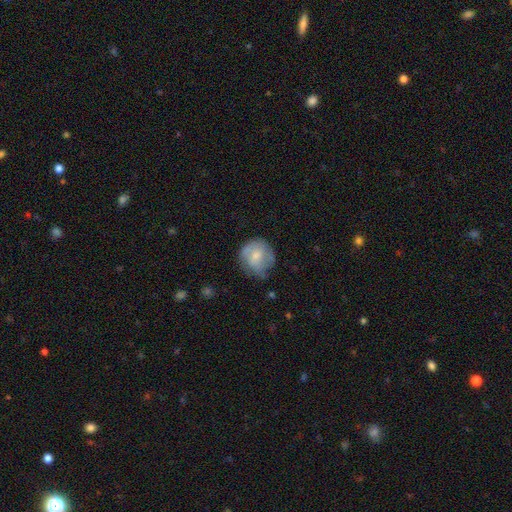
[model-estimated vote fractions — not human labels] smooth-or-featured: smooth: 61% | featured or disk: 32% | star or artifact: 7%
  how-rounded: round: 85% | in between: 14% | cigar-shaped: 1%
  merging: none: 56% | minor disturbance: 30% | major disturbance: 12% | merger: 2%